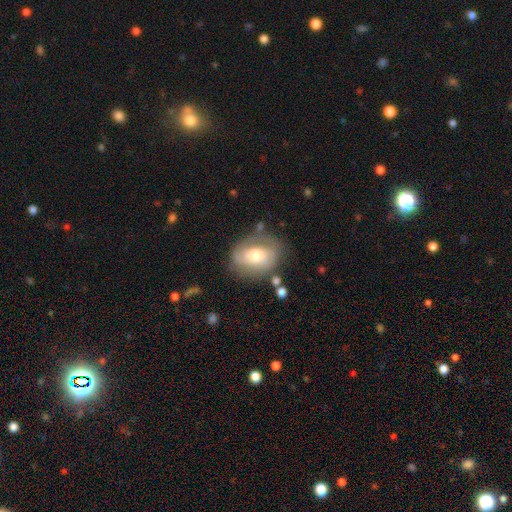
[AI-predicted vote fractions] Smooth or featured? smooth (49%)
Merging? none (64%)